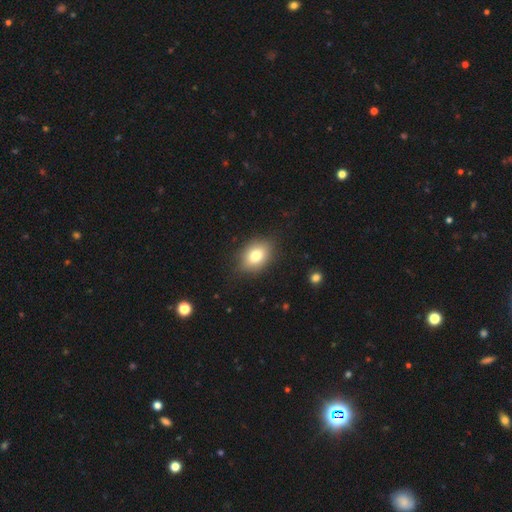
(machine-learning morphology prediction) A smooth galaxy with no disk features (79%) that is in between round and cigar-shaped (73%).

Vote fractions:
- Smooth or featured? smooth: 79% / featured or disk: 12% / star or artifact: 9%
- How rounded? in between: 73% / round: 26% / cigar-shaped: 1%
- Merging? none: 83% / minor disturbance: 13% / major disturbance: 3% / merger: 1%